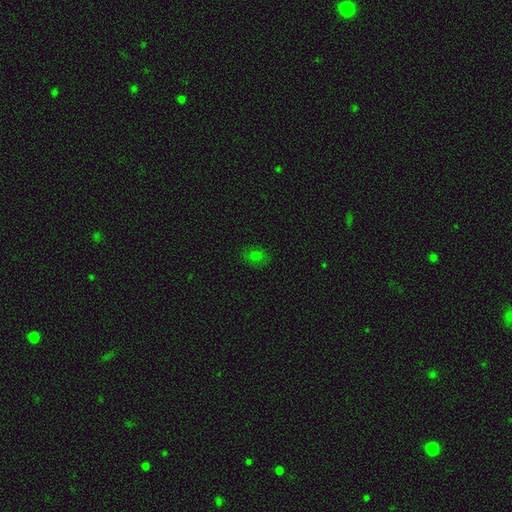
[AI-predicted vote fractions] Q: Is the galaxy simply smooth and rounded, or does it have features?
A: smooth — 66%.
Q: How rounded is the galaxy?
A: in between — 56%.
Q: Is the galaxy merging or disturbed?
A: none — 82%.